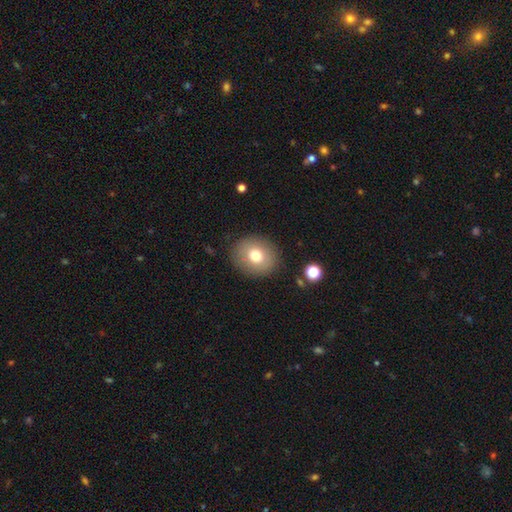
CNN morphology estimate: smooth-or-featured: smooth: 74% | featured or disk: 16% | star or artifact: 10%
  how-rounded: round: 74% | in between: 25% | cigar-shaped: 1%
  merging: none: 87% | minor disturbance: 9% | major disturbance: 3% | merger: 1%